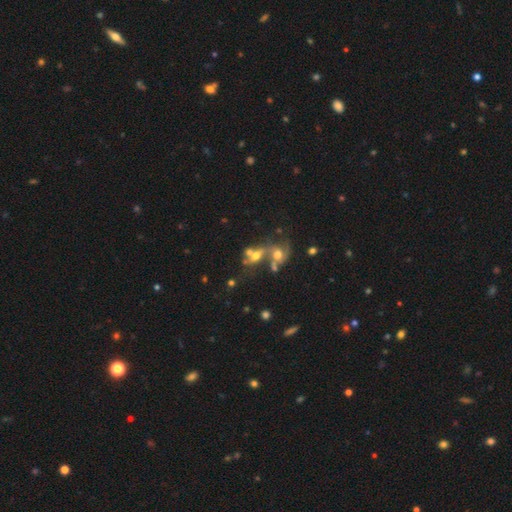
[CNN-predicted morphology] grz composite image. It shows a featured or disk galaxy (46%). Merging: merger (66%).